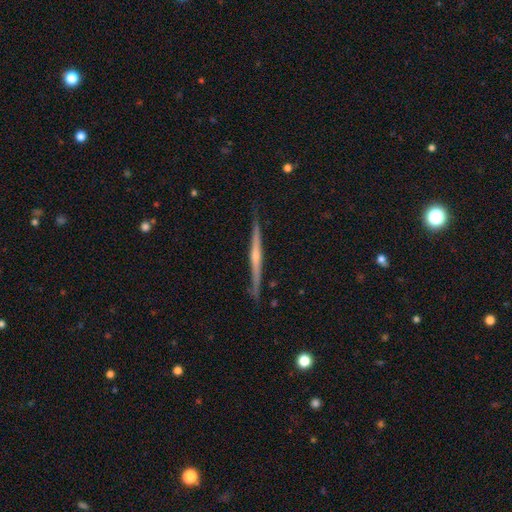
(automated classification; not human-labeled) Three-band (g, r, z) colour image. It shows a featured or disk galaxy (75%) viewed edge-on (98%) with a rounded central bulge (59%). Merging: none (87%).